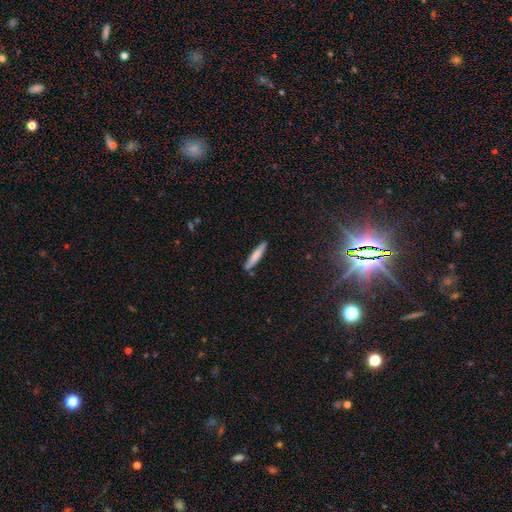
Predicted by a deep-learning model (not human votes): A smooth galaxy with no disk features (75%) that is cigar-shaped (91%).

Vote fractions:
- Smooth or featured? smooth: 75% / featured or disk: 19% / star or artifact: 6%
- How rounded? cigar-shaped: 91% / in between: 8% / round: 1%
- Merging? none: 83% / minor disturbance: 11% / merger: 3% / major disturbance: 2%